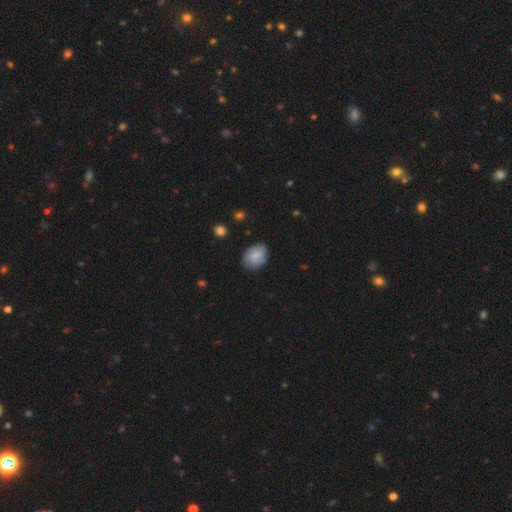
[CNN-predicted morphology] Smooth or featured? smooth (74%)
How rounded? in between (73%)
Merging? none (69%)